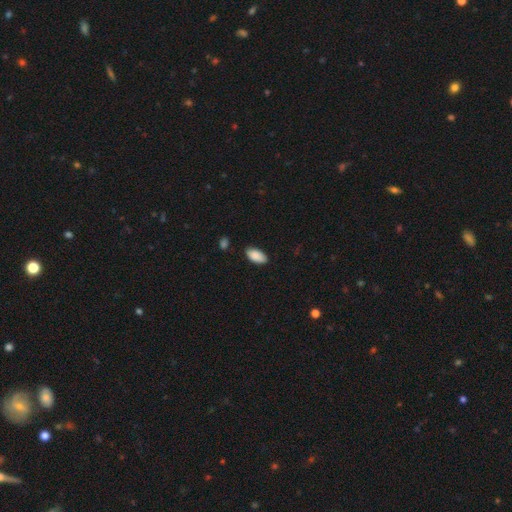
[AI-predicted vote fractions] Smooth or featured? smooth (89%)
How rounded? in between (95%)
Merging? none (84%)